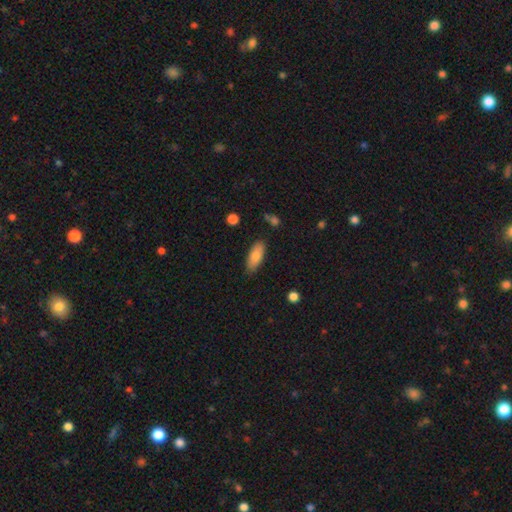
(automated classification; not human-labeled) Overall: smooth (81%). How rounded: in between (79%). Merging: none (84%).